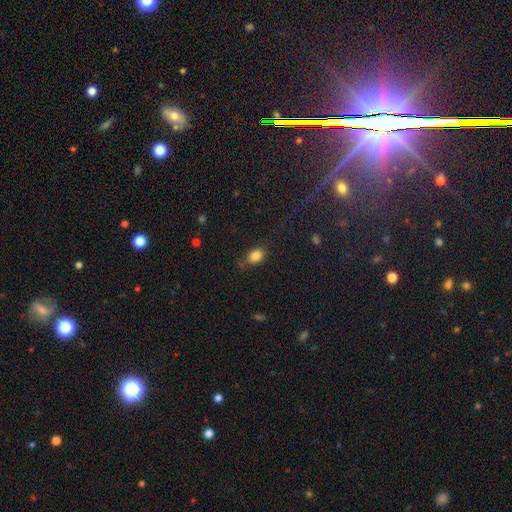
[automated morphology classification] smooth 84%, star or artifact 10%, featured or disk 6%. Down the decision tree: how rounded — in between (76%); merging — none (74%).